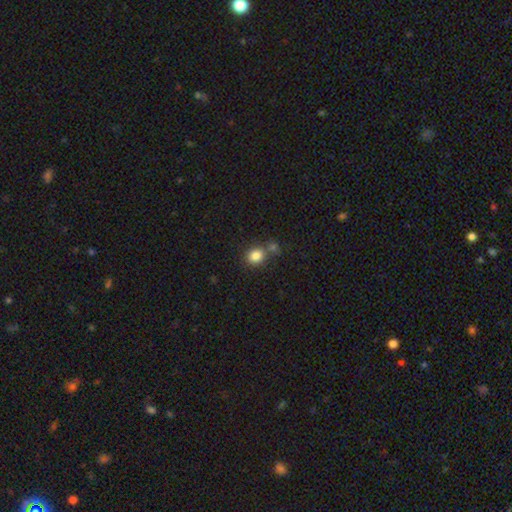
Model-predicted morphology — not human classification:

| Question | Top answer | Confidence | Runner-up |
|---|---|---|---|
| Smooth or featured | smooth | 83% | star or artifact (11%) |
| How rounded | round | 69% | in between (30%) |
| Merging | none | 62% | merger (24%) |